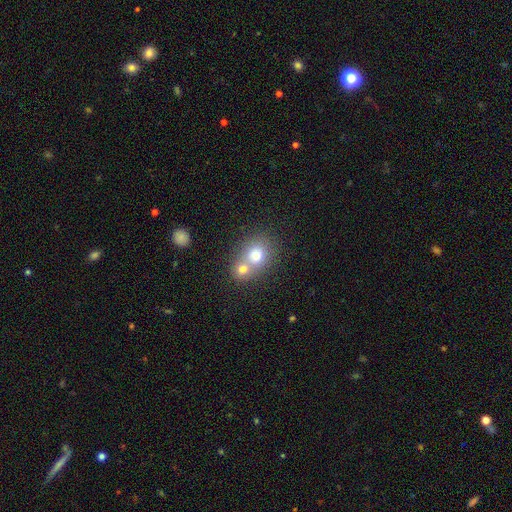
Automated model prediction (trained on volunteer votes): Smooth or featured? Predicted: smooth (p=0.74). How rounded? Predicted: round (p=0.67). Merging? Predicted: merger (p=0.58).